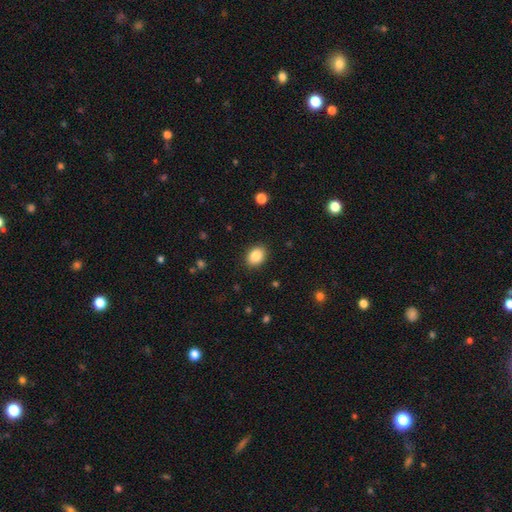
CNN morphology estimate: smooth_or_featured: smooth (p=0.86) [alt: star or artifact p=0.09]
how_rounded: in between (p=0.59) [alt: round p=0.40]
merging: none (p=0.88) [alt: minor disturbance p=0.08]